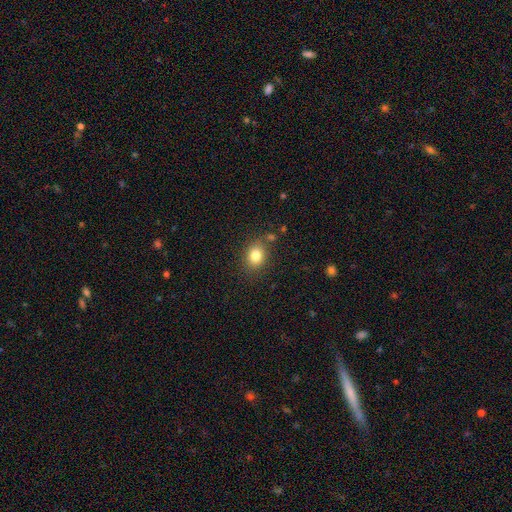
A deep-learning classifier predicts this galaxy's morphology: Q: Smooth or featured?
A: smooth (81%); runner-up: star or artifact (11%)
Q: How rounded?
A: round (54%); runner-up: in between (45%)
Q: Merging?
A: none (80%); runner-up: minor disturbance (12%)